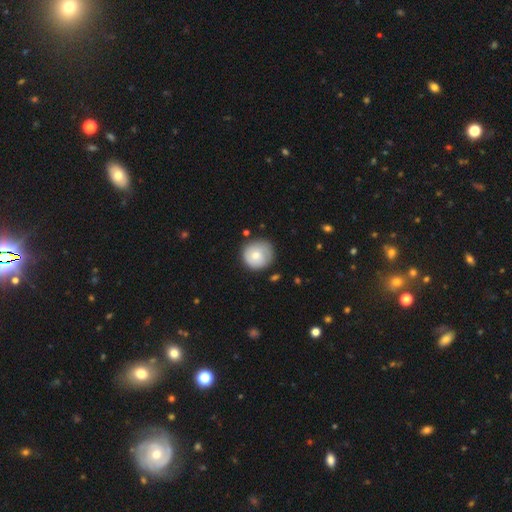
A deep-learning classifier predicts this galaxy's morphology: Smooth or featured? smooth (71%)
How rounded? round (92%)
Merging? none (75%)